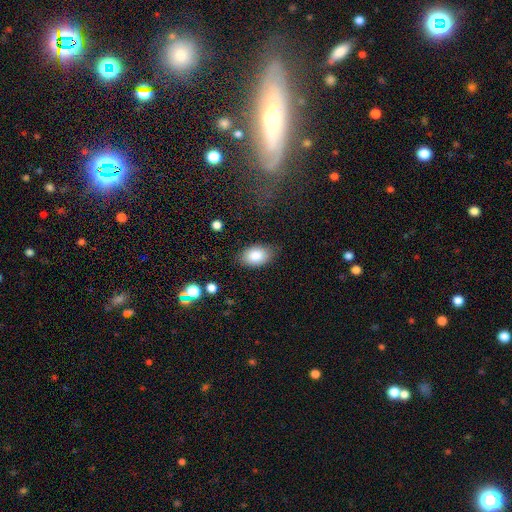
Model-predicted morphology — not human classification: type=smooth (85%); roundness=in between (90%); merging=none (78%).